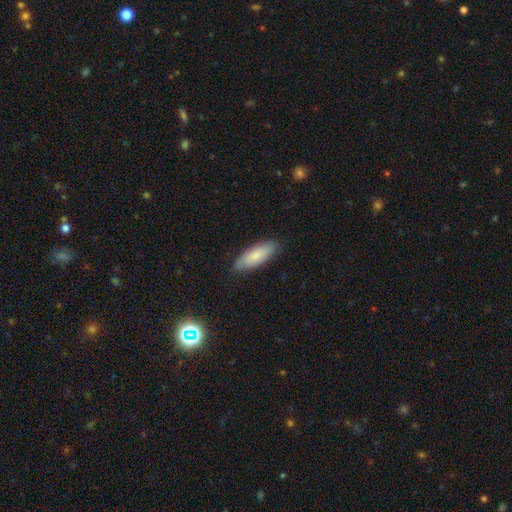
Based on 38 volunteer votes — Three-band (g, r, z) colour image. It shows a smooth galaxy with no disk features (74%) that is in between round and cigar-shaped (75%). Merging: none (92%).